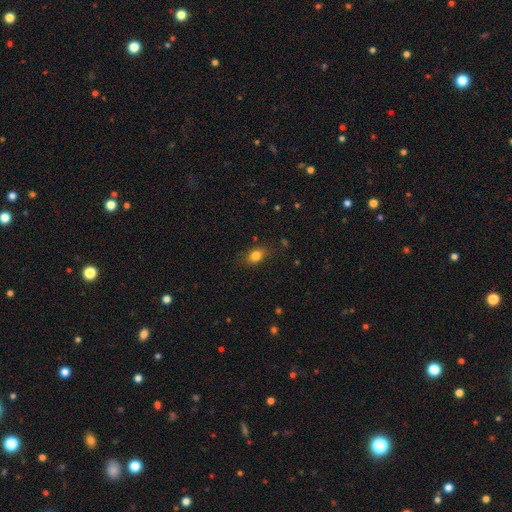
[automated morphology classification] Smooth or featured? smooth (81%)
How rounded? in between (70%)
Merging? none (79%)